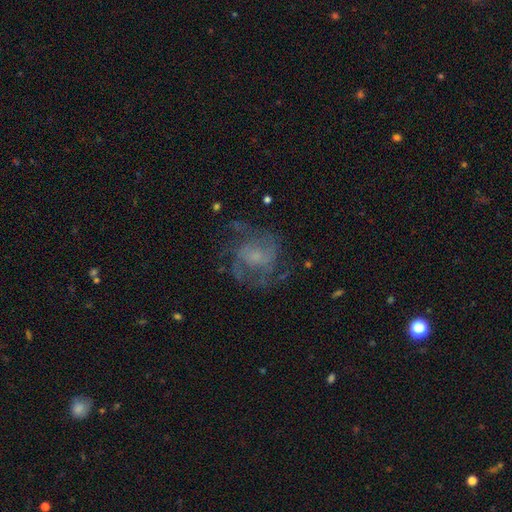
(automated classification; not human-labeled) Q: Smooth or featured?
A: featured or disk (74%); runner-up: smooth (16%)
Q: Edge-on disk?
A: no (97%); runner-up: yes (3%)
Q: Bar?
A: no (62%); runner-up: weak (32%)
Q: Spiral arms?
A: yes (87%); runner-up: no (13%)
Q: Spiral winding?
A: medium (50%); runner-up: tight (31%)
Q: Spiral arm count?
A: 2 (41%); runner-up: can't tell (24%)
Q: Bulge size?
A: small (47%); runner-up: moderate (26%)
Q: Merging?
A: none (66%); runner-up: minor disturbance (16%)